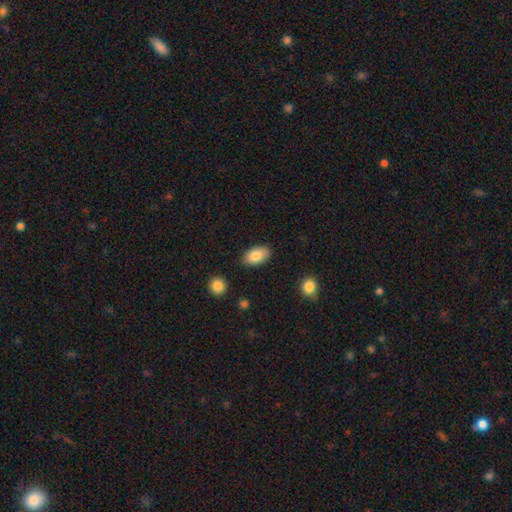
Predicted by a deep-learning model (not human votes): A smooth galaxy with no disk features (84%) that is in between round and cigar-shaped (93%).

Vote fractions:
- Smooth or featured? smooth: 84% / featured or disk: 9% / star or artifact: 7%
- How rounded? in between: 93% / round: 5% / cigar-shaped: 2%
- Merging? none: 86% / minor disturbance: 10% / major disturbance: 2% / merger: 2%